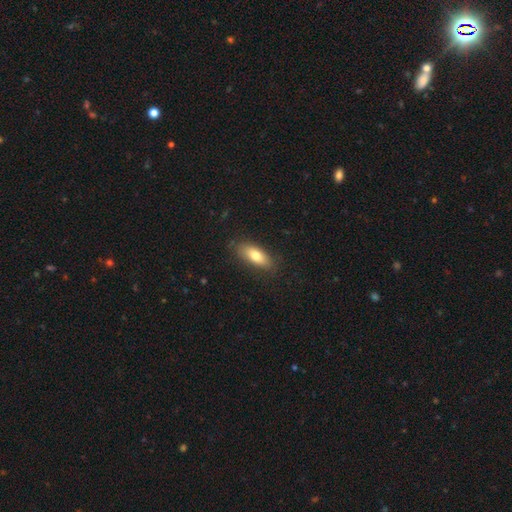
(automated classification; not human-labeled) The model was most divided on "smooth or featured": smooth: 75%, featured or disk: 18%, star or artifact: 7%. More confident: merging — none (82%); how rounded — in between (78%).